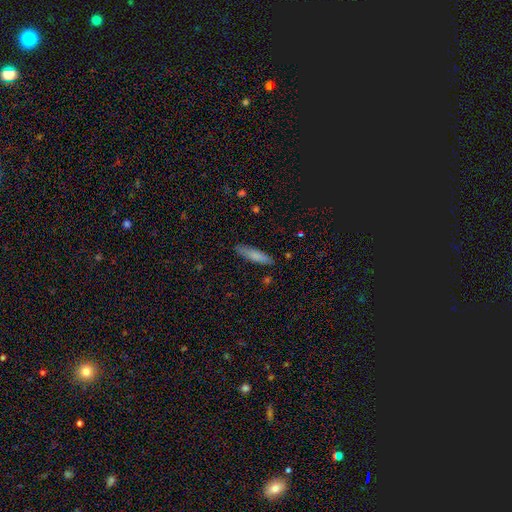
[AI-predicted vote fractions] Q: Smooth or featured?
A: smooth (79%); runner-up: featured or disk (15%)
Q: How rounded?
A: cigar-shaped (76%); runner-up: in between (23%)
Q: Merging?
A: none (84%); runner-up: minor disturbance (12%)